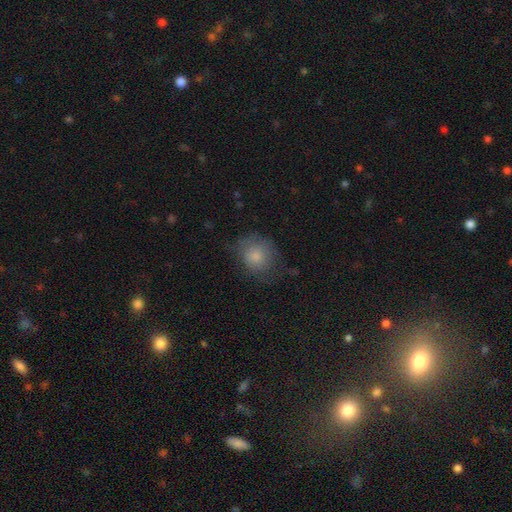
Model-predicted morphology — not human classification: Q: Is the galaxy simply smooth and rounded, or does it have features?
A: smooth — 79%.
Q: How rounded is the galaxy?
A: round — 81%.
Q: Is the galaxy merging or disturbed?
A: none — 60%.